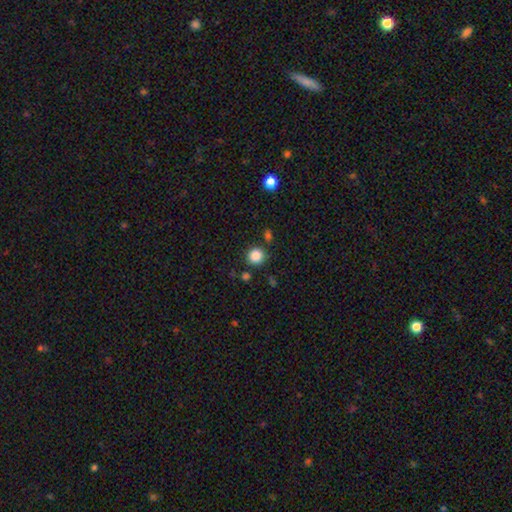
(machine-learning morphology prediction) Smooth or featured: smooth — 86% (star or artifact — 11%)
How rounded: round — 92% (in between — 7%)
Merging: none — 86% (minor disturbance — 8%)